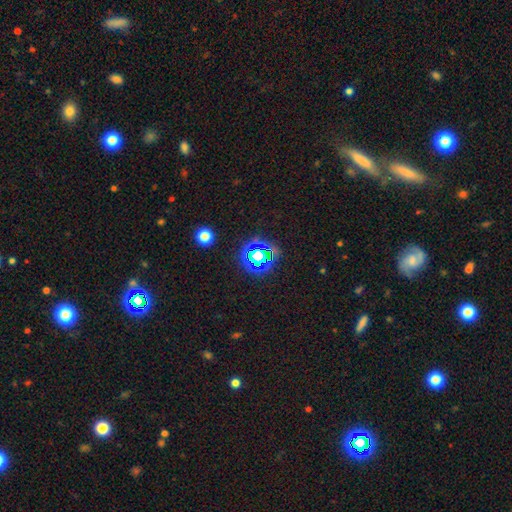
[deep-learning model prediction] star or artifact 70%, smooth 20%, featured or disk 10%.